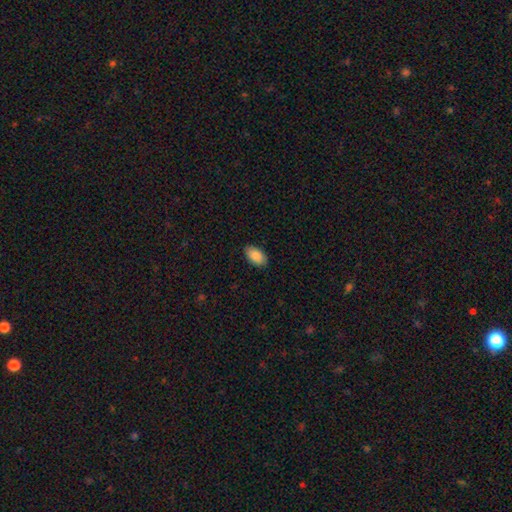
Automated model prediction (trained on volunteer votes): smooth_or_featured: smooth (p=0.90) [alt: star or artifact p=0.06]
how_rounded: in between (p=0.95) [alt: round p=0.03]
merging: none (p=0.87) [alt: minor disturbance p=0.10]